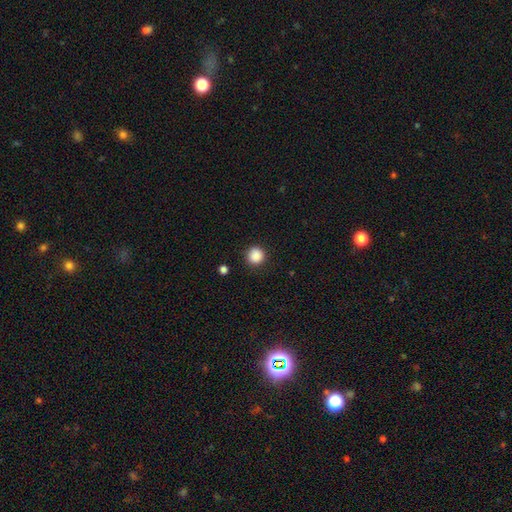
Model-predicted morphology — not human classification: This is clearly a smooth galaxy (88%). How rounded: clearly round (94%). Merging: clearly none (90%).